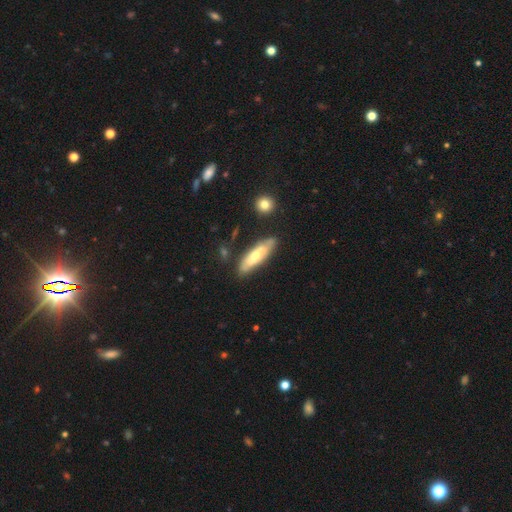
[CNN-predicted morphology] smooth_or_featured: featured or disk (p=0.49) [alt: smooth p=0.46]
merging: none (p=0.73) [alt: minor disturbance p=0.18]